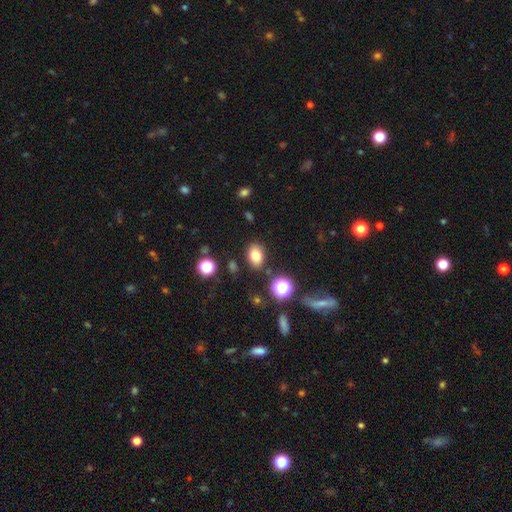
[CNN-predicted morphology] Smooth or featured? Predicted: smooth (p=0.79). How rounded? Predicted: in between (p=0.78). Merging? Predicted: none (p=0.82).